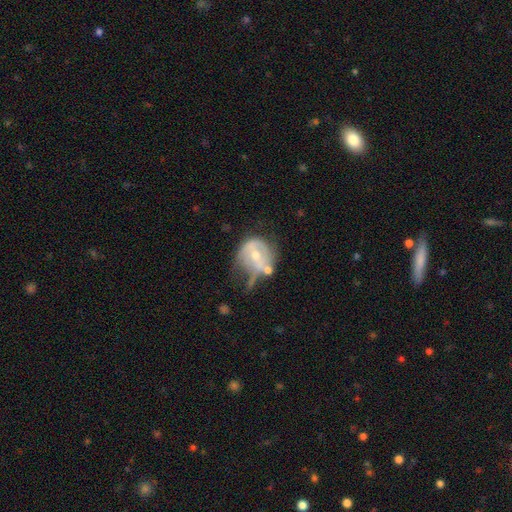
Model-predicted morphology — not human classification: This is possibly a featured or disk galaxy (58%). It is clearly not viewed edge-on (96%). Bar: possibly no (45%). Spiral arm pattern: possibly no (54%). Central bulge: possibly moderate (57%). Merging: marginally none (29%).